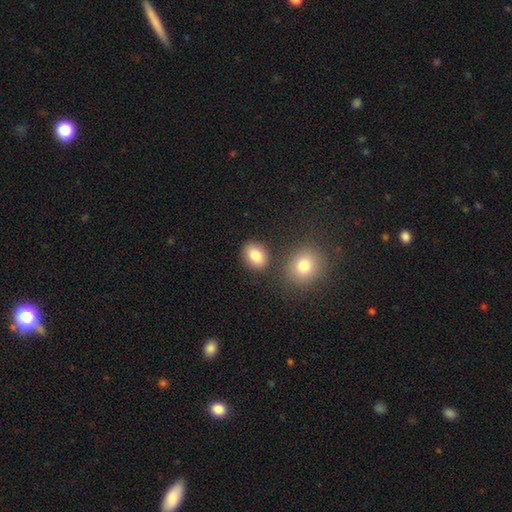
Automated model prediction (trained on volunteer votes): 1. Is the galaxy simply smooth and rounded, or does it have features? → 84% smooth, 9% star or artifact, 7% featured or disk.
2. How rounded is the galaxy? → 56% in between, 43% round, 1% cigar-shaped.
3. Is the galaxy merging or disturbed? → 77% none, 10% minor disturbance, 10% merger, 3% major disturbance.